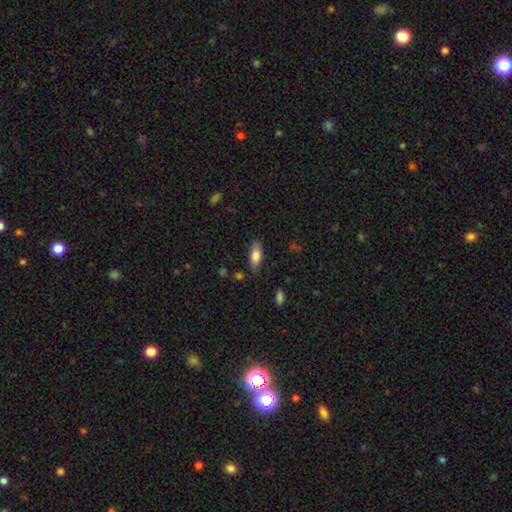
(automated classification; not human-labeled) Overall: smooth (81%). How rounded: in between (77%). Merging: none (80%).